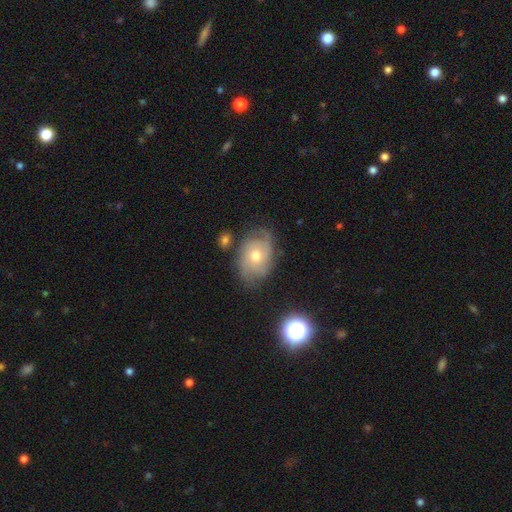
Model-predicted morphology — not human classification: This is possibly a featured or disk galaxy (59%). It is clearly not viewed edge-on (95%). Bar: clearly no (83%). Spiral arm pattern: likely yes (79%). Central bulge: likely moderate (64%). Merging: possibly none (59%).